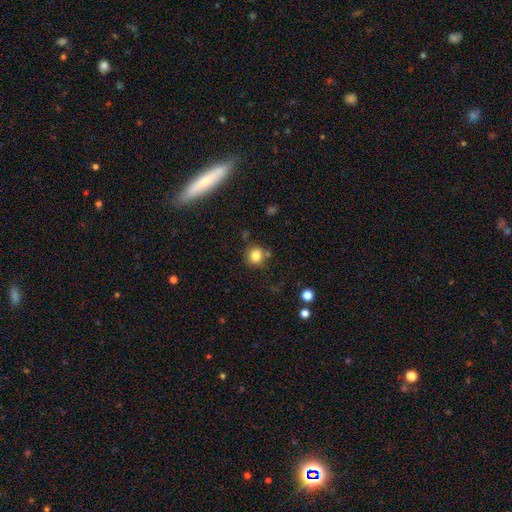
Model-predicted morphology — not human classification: This appears to be a smooth galaxy with no disk features (83%) that is round (89%). Merging: none (78%).